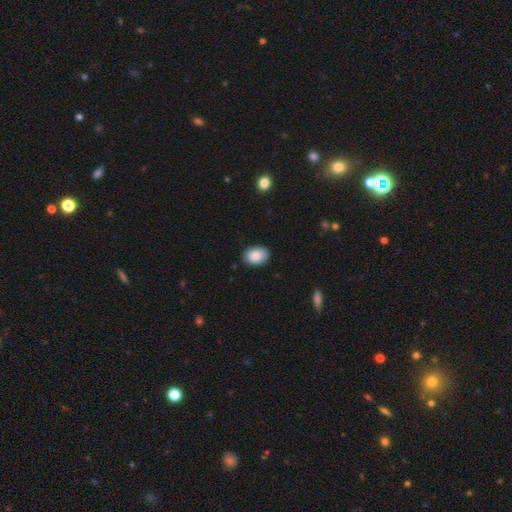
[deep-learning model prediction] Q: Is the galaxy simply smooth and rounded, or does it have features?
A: smooth — 84%.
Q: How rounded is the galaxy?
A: in between — 84%.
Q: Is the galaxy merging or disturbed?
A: none — 86%.